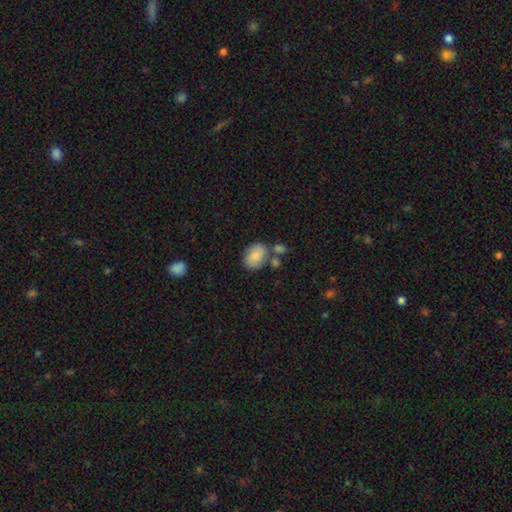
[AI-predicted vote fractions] Smooth or featured? Predicted: smooth (p=0.84). How rounded? Predicted: in between (p=0.76). Merging? Predicted: none (p=0.61).